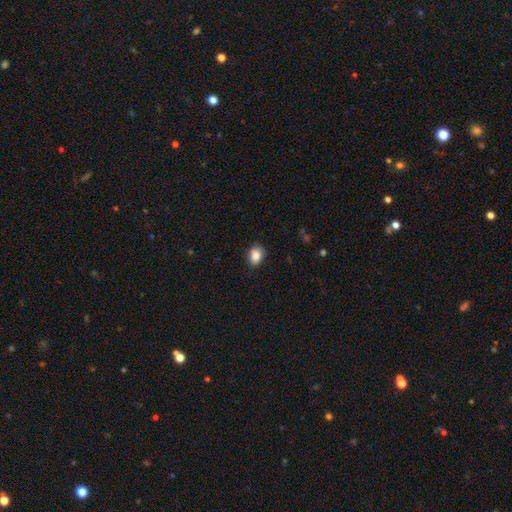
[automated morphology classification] This is clearly a smooth galaxy (87%). How rounded: likely in between (67%). Merging: likely none (77%).